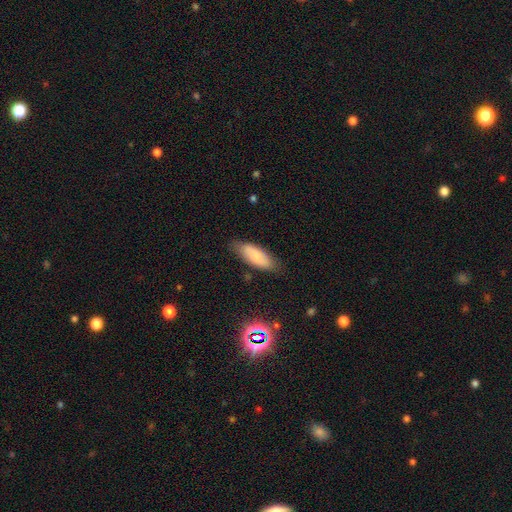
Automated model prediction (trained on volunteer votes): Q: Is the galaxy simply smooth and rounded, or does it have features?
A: smooth — 75%.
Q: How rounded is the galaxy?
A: in between — 71%.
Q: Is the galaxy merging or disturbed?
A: none — 78%.